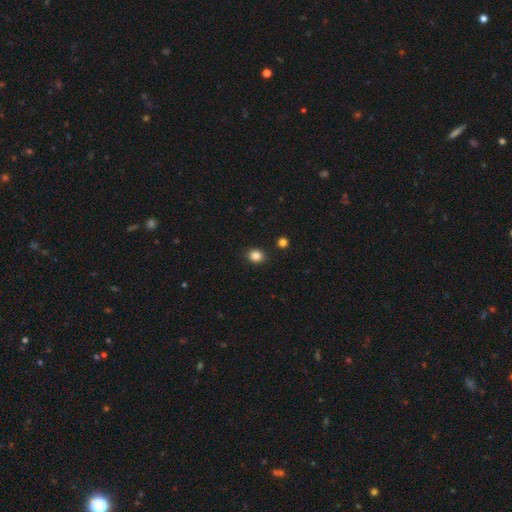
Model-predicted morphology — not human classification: Smooth or featured? Predicted: smooth (p=0.85). How rounded? Predicted: round (p=0.64). Merging? Predicted: none (p=0.87).